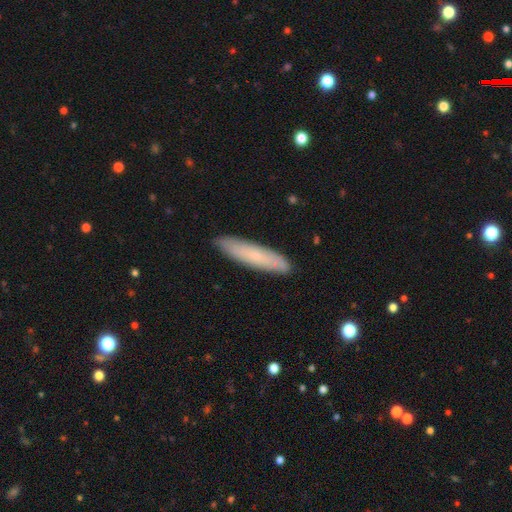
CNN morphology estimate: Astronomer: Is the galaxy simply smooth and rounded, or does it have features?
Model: smooth — 67%.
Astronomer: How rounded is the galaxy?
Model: cigar-shaped — 85%.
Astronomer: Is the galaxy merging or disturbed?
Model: none — 90%.